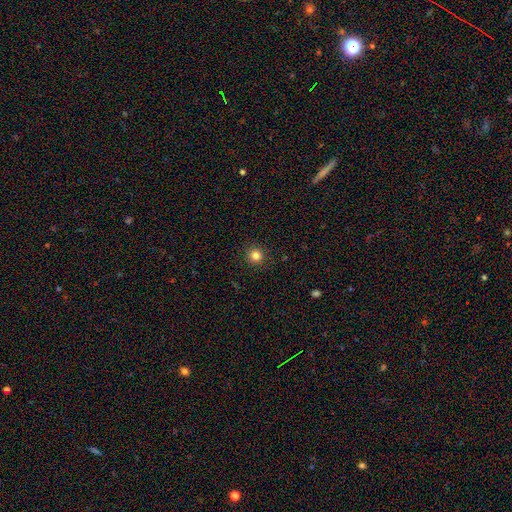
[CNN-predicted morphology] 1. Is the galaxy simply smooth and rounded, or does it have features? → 83% smooth, 12% star or artifact, 5% featured or disk.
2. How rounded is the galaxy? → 95% round, 4% in between, 1% cigar-shaped.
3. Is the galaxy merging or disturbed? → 92% none, 5% minor disturbance, 2% major disturbance, 1% merger.